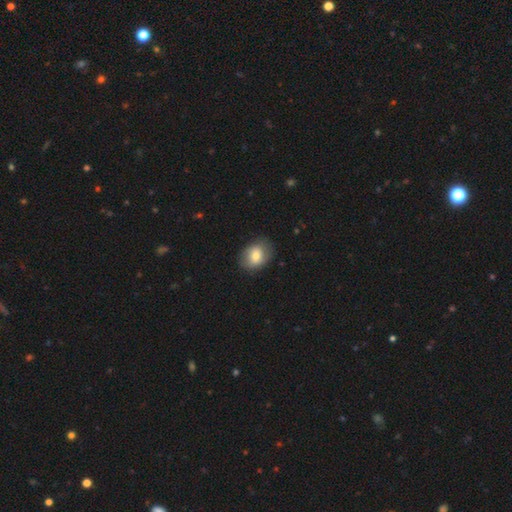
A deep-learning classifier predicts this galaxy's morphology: Smooth or featured? smooth (75%)
How rounded? in between (64%)
Merging? none (80%)